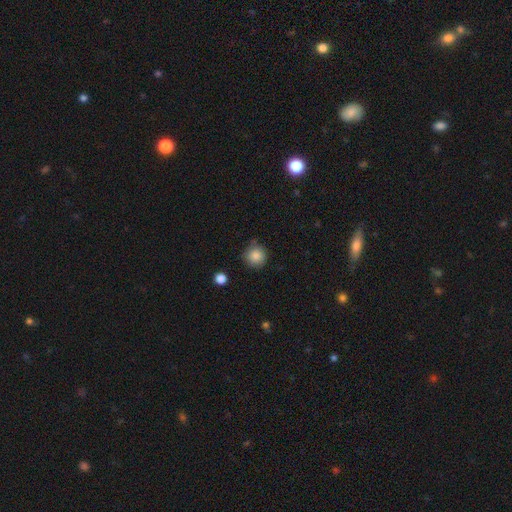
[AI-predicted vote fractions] Morphology: type=smooth (87%); roundness=round (94%); merging=none (79%).